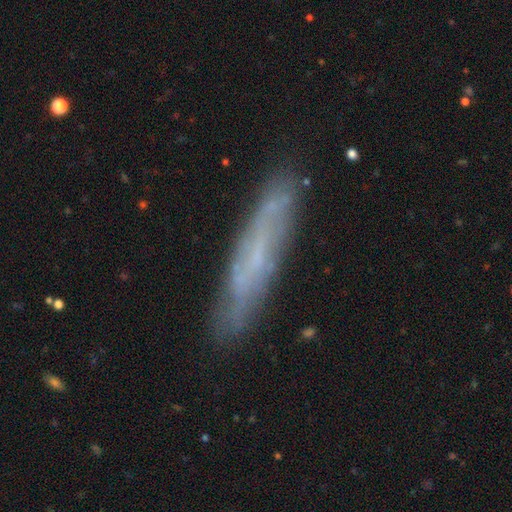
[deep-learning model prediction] smooth-or-featured: featured or disk: 58% | smooth: 34% | star or artifact: 8%
  disk-edge-on: yes: 59% | no: 41%
  merging: none: 83% | minor disturbance: 13% | major disturbance: 3% | merger: 2%